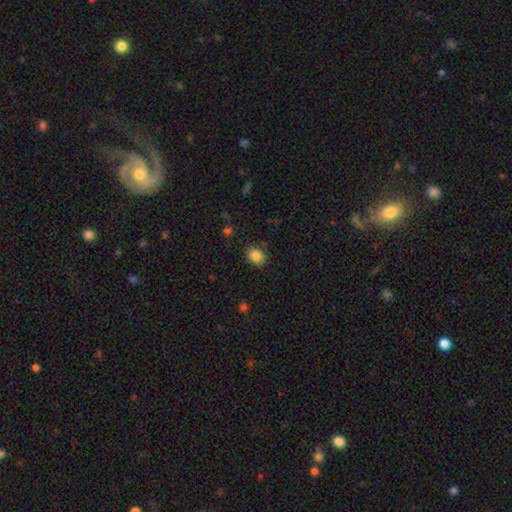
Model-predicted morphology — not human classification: smooth-or-featured: smooth: 85% | star or artifact: 10% | featured or disk: 5%
  how-rounded: in between: 55% | round: 44% | cigar-shaped: 1%
  merging: none: 83% | minor disturbance: 12% | major disturbance: 3% | merger: 2%